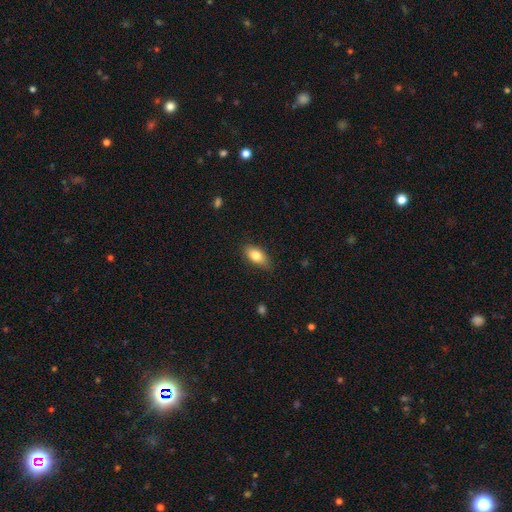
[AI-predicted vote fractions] A smooth galaxy with no disk features (79%) that is in between round and cigar-shaped (87%).

Vote fractions:
- Smooth or featured? smooth: 79% / featured or disk: 13% / star or artifact: 7%
- How rounded? in between: 87% / cigar-shaped: 7% / round: 6%
- Merging? none: 80% / minor disturbance: 17% / major disturbance: 3% / merger: 1%